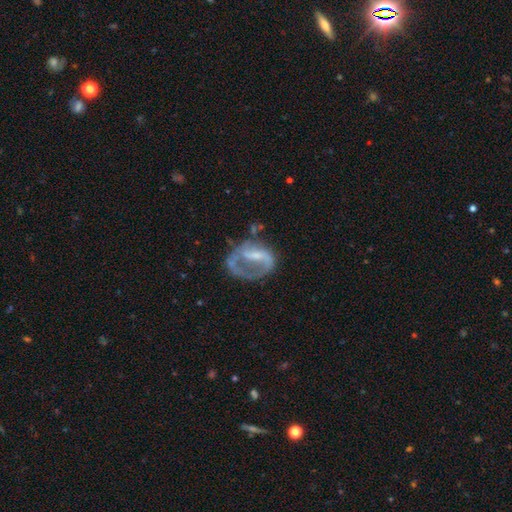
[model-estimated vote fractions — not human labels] This is likely a featured or disk galaxy (70%). It is clearly not viewed edge-on (97%). Bar: marginally weak (43%). Spiral arm pattern: likely yes (64%). Central bulge: possibly small (46%). Merging: marginally major disturbance (41%).